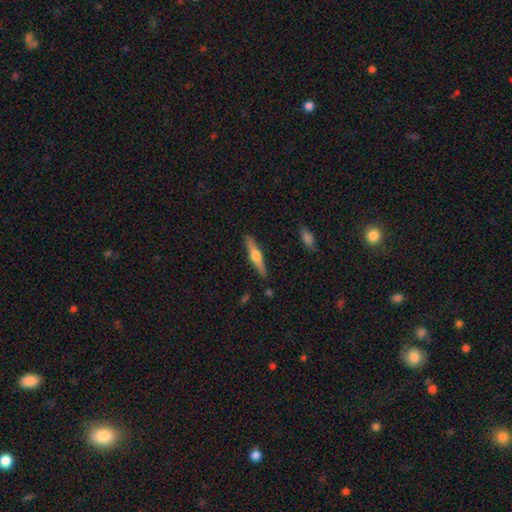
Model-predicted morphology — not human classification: Overall: featured or disk (62%; smooth 33%). Edge-on disk: yes (97%). Edge-on bulge: rounded (94%). Merging: none (89%).